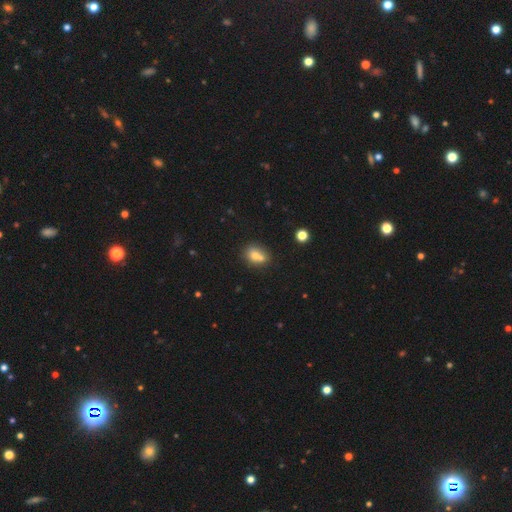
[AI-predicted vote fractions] The model was most divided on "how rounded": round: 50%, in between: 49%, cigar-shaped: 1%. Remaining: smooth or featured — smooth (71%); merging — merger (47%).